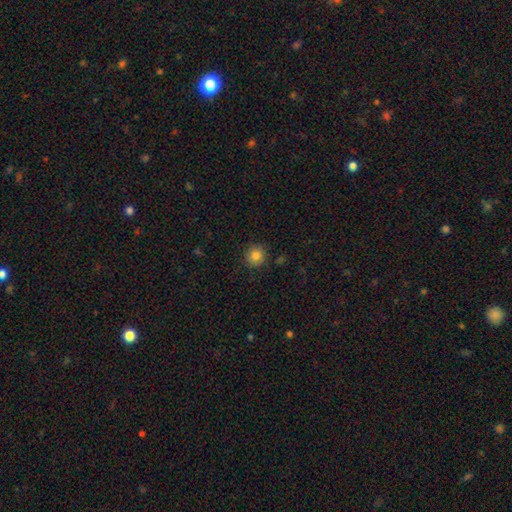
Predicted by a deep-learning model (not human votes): Q: Smooth or featured?
A: smooth (83%); runner-up: star or artifact (11%)
Q: How rounded?
A: round (93%); runner-up: in between (6%)
Q: Merging?
A: none (89%); runner-up: minor disturbance (8%)